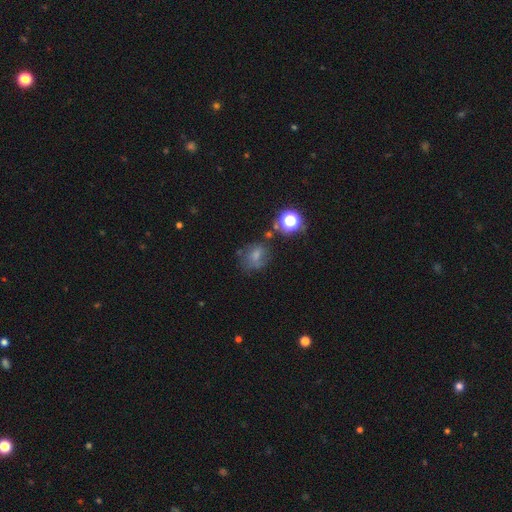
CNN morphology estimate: The model was most divided on "how rounded": round: 52%, in between: 46%, cigar-shaped: 2%. More confident: smooth or featured — smooth (55%); merging — none (50%).